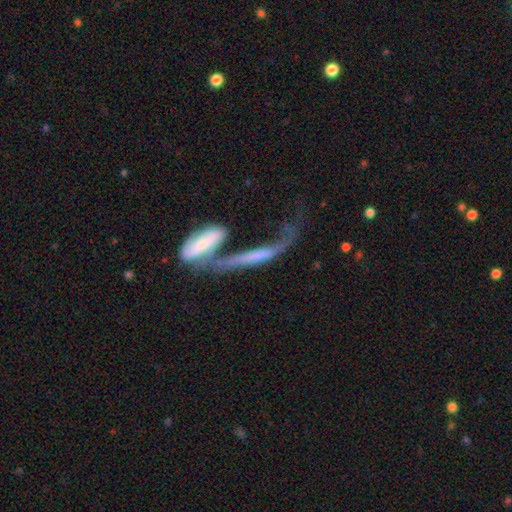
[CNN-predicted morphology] A featured or disk galaxy (53%). Merging: merger (52%).